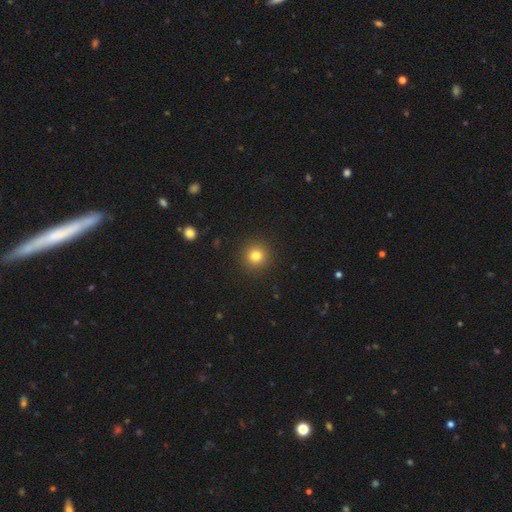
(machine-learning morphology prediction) A smooth galaxy with no disk features (81%) that is round (95%).

Vote fractions:
- Smooth or featured? smooth: 81% / star or artifact: 13% / featured or disk: 6%
- How rounded? round: 95% / in between: 5% / cigar-shaped: 1%
- Merging? none: 92% / minor disturbance: 5% / major disturbance: 2% / merger: 1%